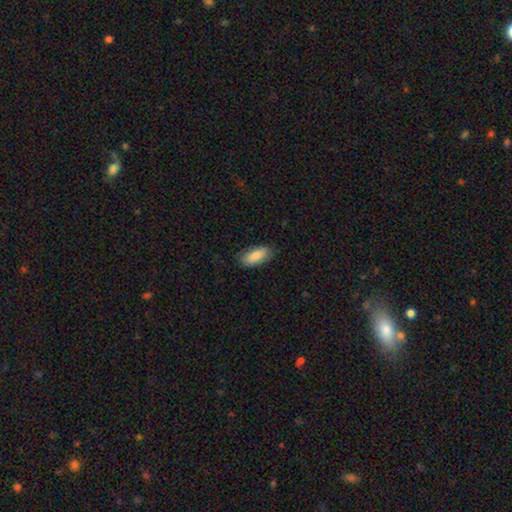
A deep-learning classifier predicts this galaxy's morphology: Smooth or featured? Predicted: smooth (p=0.85). How rounded? Predicted: in between (p=0.90). Merging? Predicted: none (p=0.81).